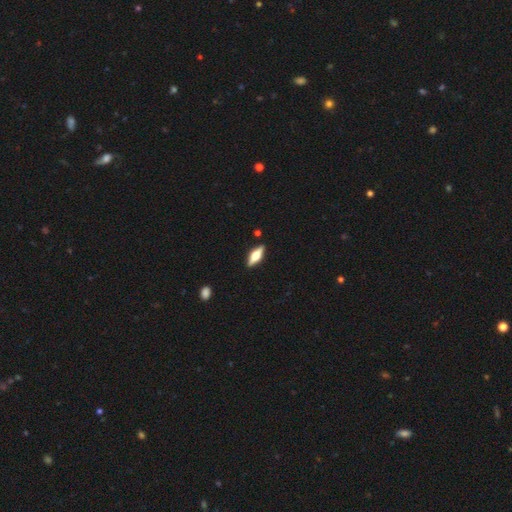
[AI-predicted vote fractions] The model was most divided on "smooth or featured": featured or disk: 56%, smooth: 38%, star or artifact: 6%. More confident: edge-on disk — yes (94%); edge-on bulge — rounded (93%); merging — none (88%).